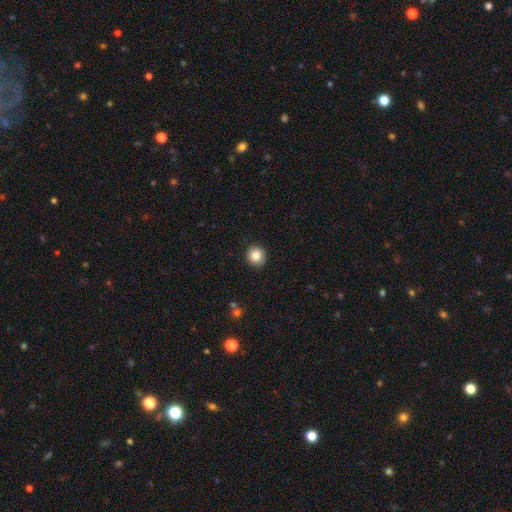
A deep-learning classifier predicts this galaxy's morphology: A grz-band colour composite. It shows a smooth galaxy with no disk features (84%) that is round (92%). Merging: none (91%).